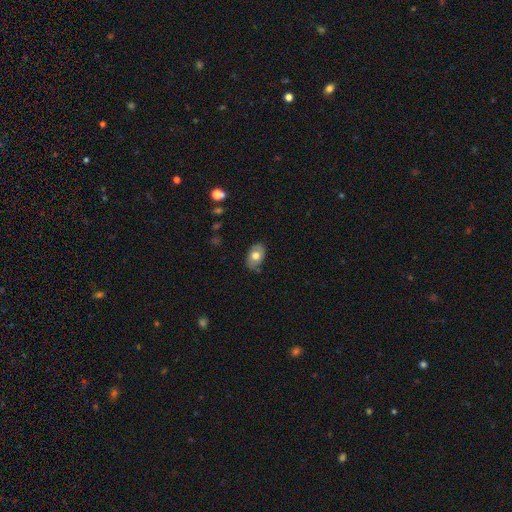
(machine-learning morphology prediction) This is likely a smooth galaxy (63%). How rounded: clearly in between (87%). Merging: likely none (76%).